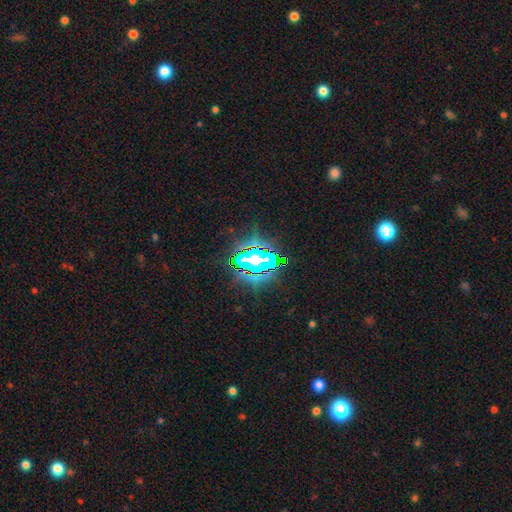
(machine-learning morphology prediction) type=star or artifact (73%).